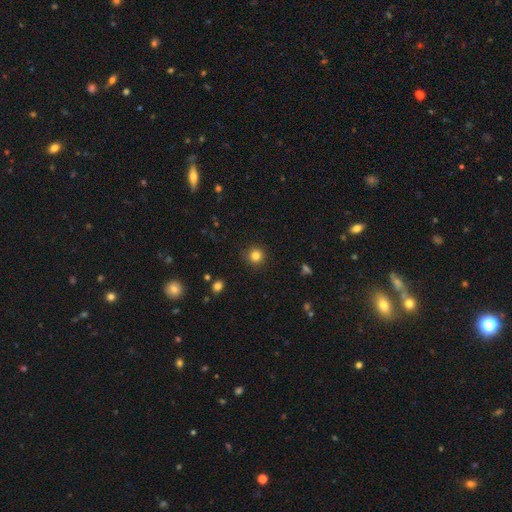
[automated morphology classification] smooth_or_featured: smooth (p=0.82) [alt: star or artifact p=0.13]
how_rounded: round (p=0.94) [alt: in between p=0.05]
merging: none (p=0.90) [alt: minor disturbance p=0.07]